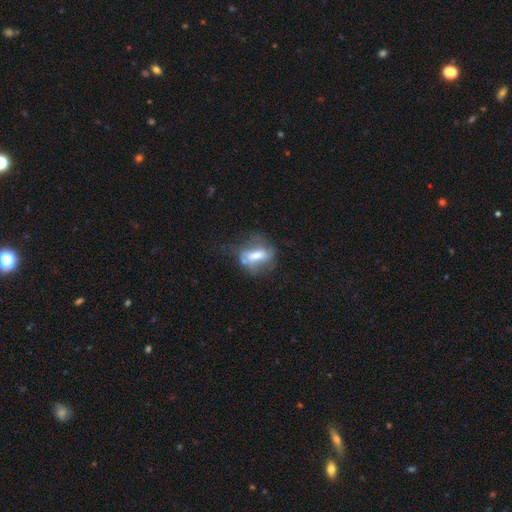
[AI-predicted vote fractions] Smooth or featured? Predicted: smooth (p=0.47). Merging? Predicted: none (p=0.42).